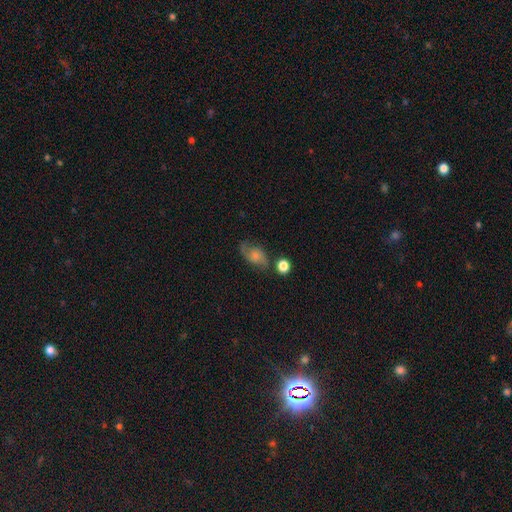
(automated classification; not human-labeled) A featured or disk galaxy (51%).

Vote fractions:
- Smooth or featured? featured or disk: 51% / smooth: 39% / star or artifact: 11%
- Edge-on disk? no: 95% / yes: 5%
- Merging? none: 61% / minor disturbance: 23% / major disturbance: 10% / merger: 6%